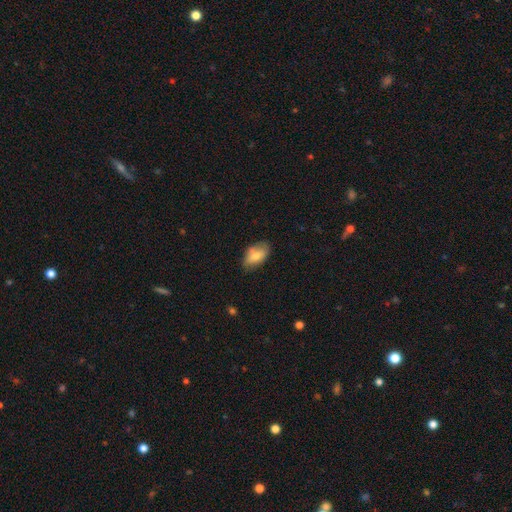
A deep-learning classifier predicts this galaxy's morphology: smooth 75%, featured or disk 18%, star or artifact 7%. Down the decision tree: how rounded — in between (92%); merging — none (63%).